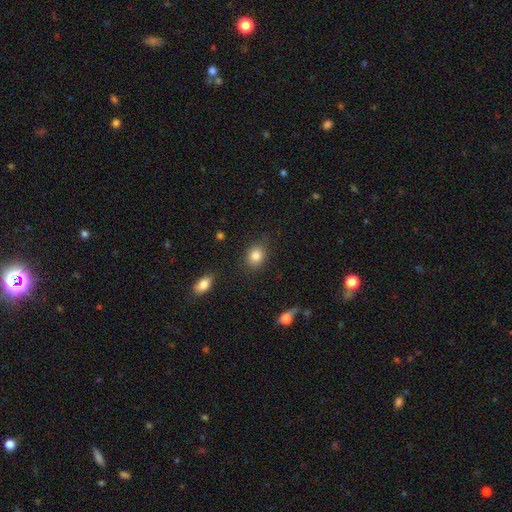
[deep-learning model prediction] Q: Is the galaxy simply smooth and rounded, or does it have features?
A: smooth — 84%.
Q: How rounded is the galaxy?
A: round — 53%.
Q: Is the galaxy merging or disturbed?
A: none — 83%.